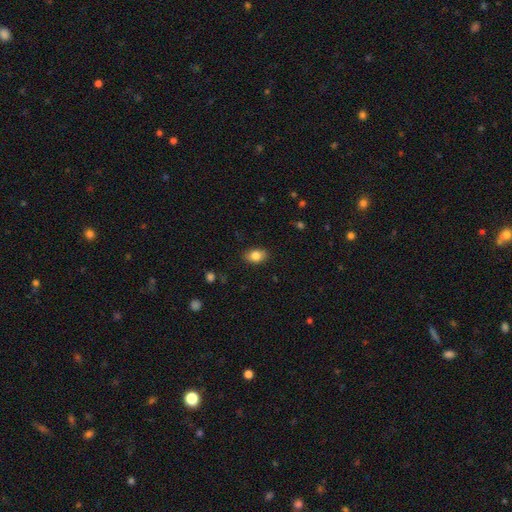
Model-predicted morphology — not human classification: Overall: smooth (83%). How rounded: in between (81%). Merging: none (86%).